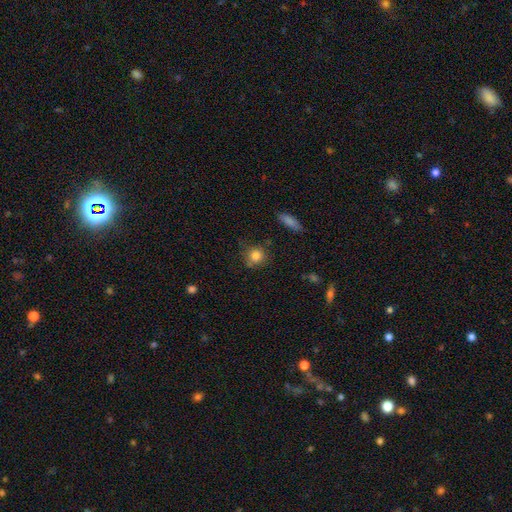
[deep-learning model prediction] Q: Smooth or featured?
A: smooth (82%); runner-up: star or artifact (10%)
Q: How rounded?
A: round (84%); runner-up: in between (14%)
Q: Merging?
A: none (70%); runner-up: minor disturbance (20%)